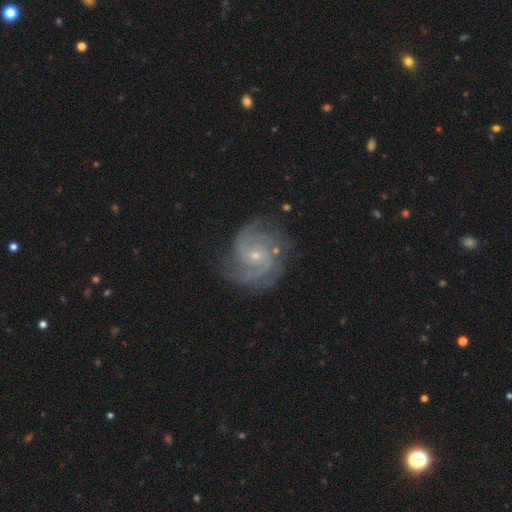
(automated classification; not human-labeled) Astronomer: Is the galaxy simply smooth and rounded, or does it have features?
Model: featured or disk — 90%.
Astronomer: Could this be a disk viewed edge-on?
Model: no — 98%.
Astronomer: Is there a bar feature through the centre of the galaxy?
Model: no — 68%.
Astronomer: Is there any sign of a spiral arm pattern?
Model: yes — 98%.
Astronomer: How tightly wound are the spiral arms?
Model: tight — 53% (runner-up: medium, 40%).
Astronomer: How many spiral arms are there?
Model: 2 — 39% (runner-up: 3, 28%).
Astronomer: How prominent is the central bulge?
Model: small — 78%.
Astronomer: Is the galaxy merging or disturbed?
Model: none — 75%.